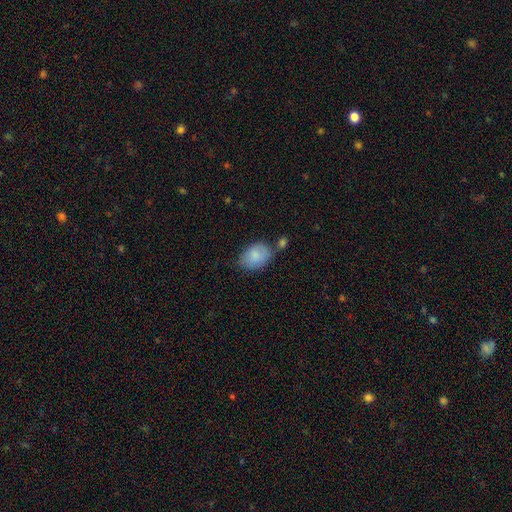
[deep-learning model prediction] Overall: smooth (85%). How rounded: in between (83%). Merging: none (61%; minor disturbance 23%).